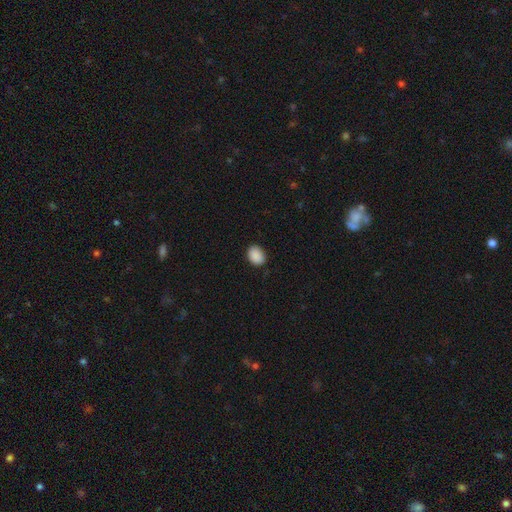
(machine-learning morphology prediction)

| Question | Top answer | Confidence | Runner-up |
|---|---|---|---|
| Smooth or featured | smooth | 90% | star or artifact (8%) |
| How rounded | in between | 68% | round (31%) |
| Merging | none | 87% | minor disturbance (10%) |